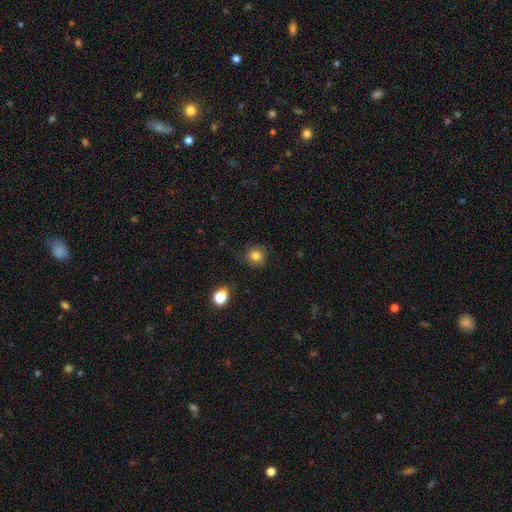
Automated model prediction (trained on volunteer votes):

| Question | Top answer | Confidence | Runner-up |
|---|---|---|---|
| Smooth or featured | smooth | 83% | star or artifact (11%) |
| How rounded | round | 79% | in between (20%) |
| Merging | none | 81% | minor disturbance (14%) |